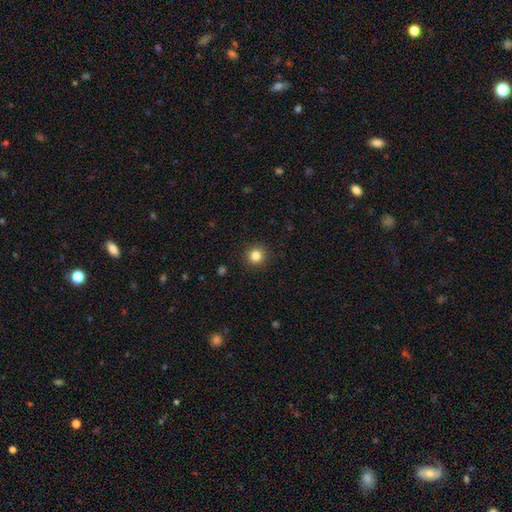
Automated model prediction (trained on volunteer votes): A smooth galaxy with no disk features (84%) that is round (94%). Merging: none (92%).